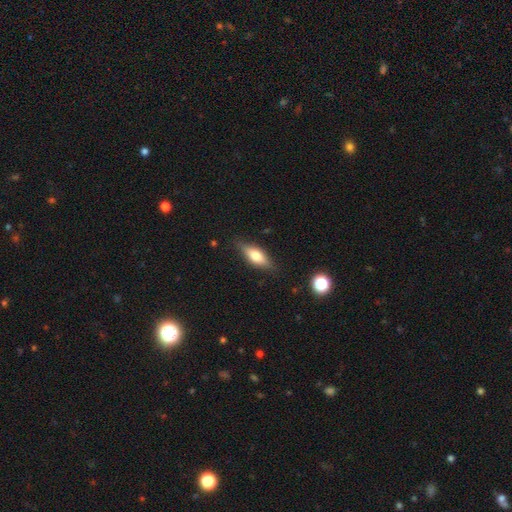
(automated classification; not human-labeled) Smooth or featured: smooth — 57% (featured or disk — 36%)
How rounded: in between — 65% (cigar-shaped — 31%)
Merging: none — 81% (minor disturbance — 15%)